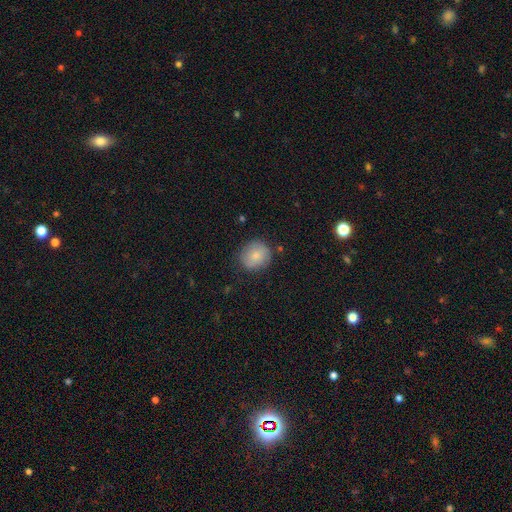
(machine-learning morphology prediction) Smooth or featured? Predicted: smooth (p=0.82). How rounded? Predicted: round (p=0.83). Merging? Predicted: none (p=0.80).